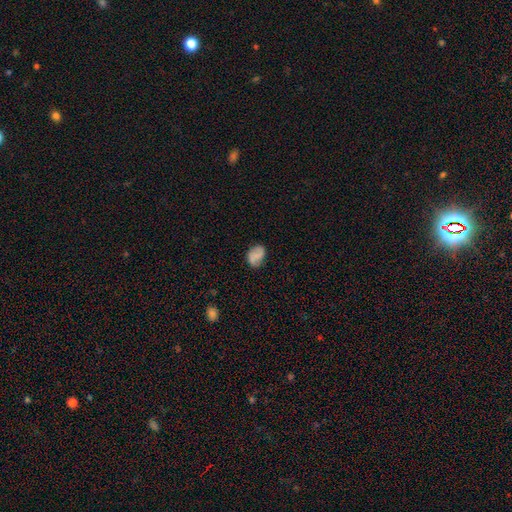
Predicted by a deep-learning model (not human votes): Overall: smooth (58%; featured or disk 33%). How rounded: in between (75%). Merging: none (75%).